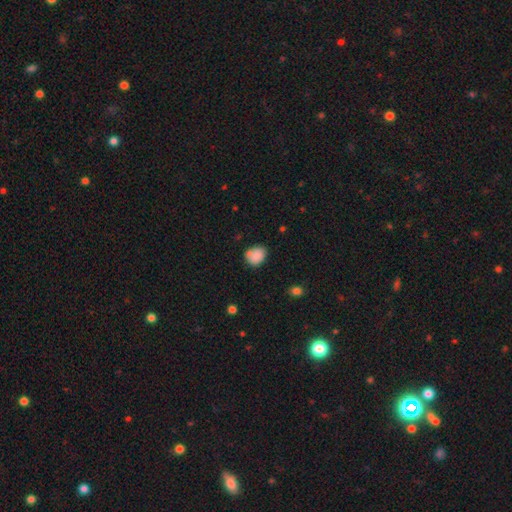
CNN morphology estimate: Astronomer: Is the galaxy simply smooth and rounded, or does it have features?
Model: smooth — 86%.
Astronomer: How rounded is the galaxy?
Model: round — 56% (runner-up: in between, 43%).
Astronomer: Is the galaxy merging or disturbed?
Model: none — 68%.